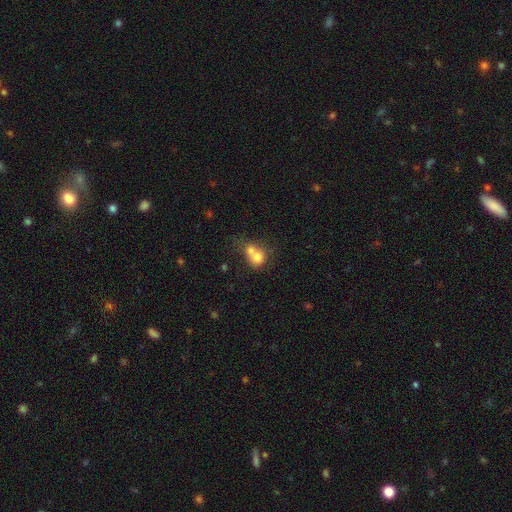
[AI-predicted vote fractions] Overall: smooth (71%). How rounded: round (66%; in between 33%). Merging: merger (66%).